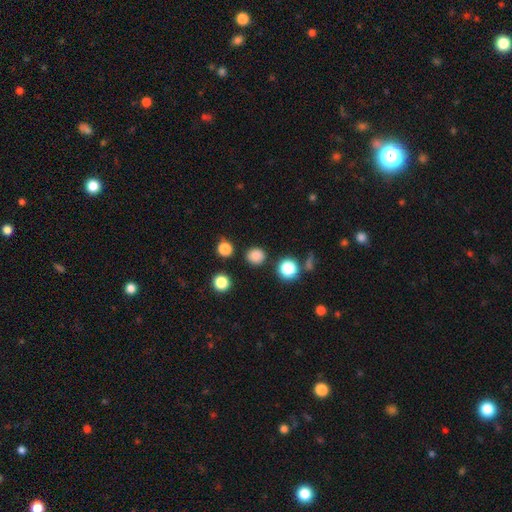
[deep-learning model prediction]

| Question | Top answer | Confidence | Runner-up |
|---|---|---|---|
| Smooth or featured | smooth | 81% | star or artifact (15%) |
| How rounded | round | 89% | in between (10%) |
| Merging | none | 87% | minor disturbance (7%) |